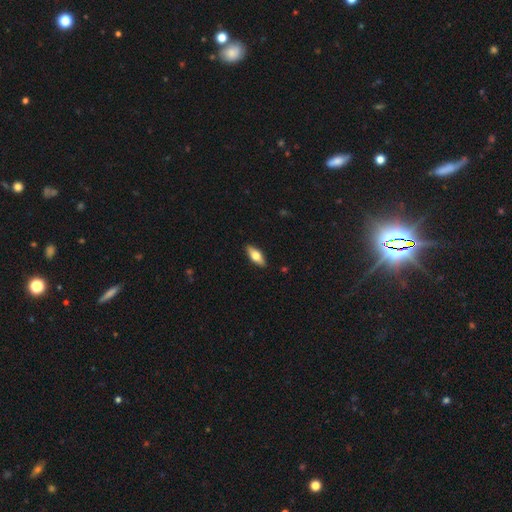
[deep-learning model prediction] Overall: smooth (61%; featured or disk 34%). How rounded: in between (73%). Merging: none (90%).